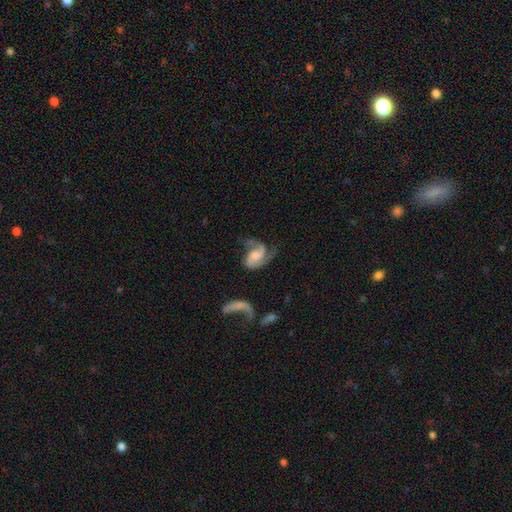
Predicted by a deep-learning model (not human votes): Smooth or featured: featured or disk — 80% (smooth — 14%)
Edge-on disk: no — 98% (yes — 2%)
Bar: no — 56% (weak — 35%)
Spiral arms: yes — 94% (no — 6%)
Spiral winding: medium — 45% (loose — 38%)
Spiral arm count: 2 — 78% (1 — 11%)
Bulge size: moderate — 32% (small — 26%)
Merging: none — 44% (major disturbance — 29%)